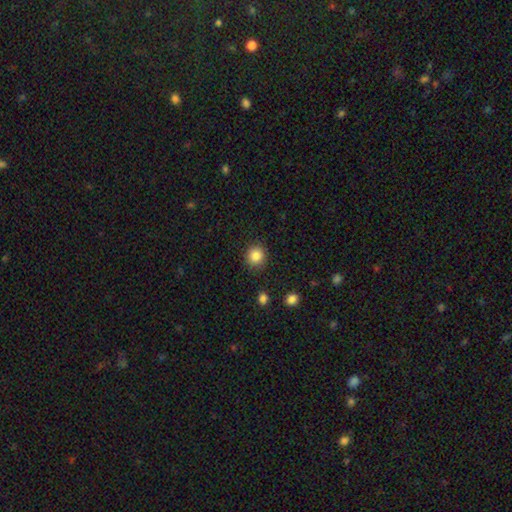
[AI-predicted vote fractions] This appears to be a smooth galaxy with no disk features (86%) that is round (91%). Merging: none (90%).